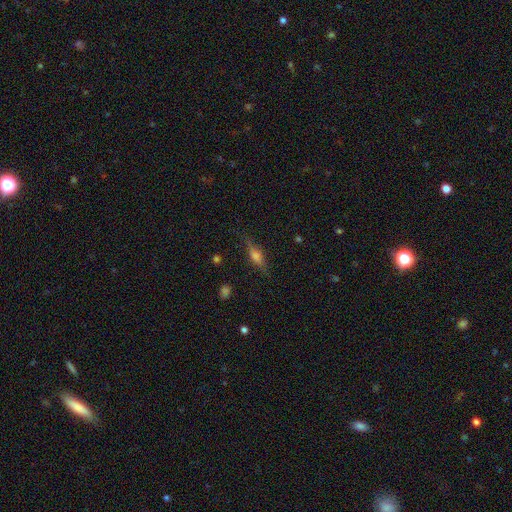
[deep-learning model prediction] This appears to be a featured or disk galaxy (66%) viewed edge-on (96%) with a rounded central bulge (82%). Merging: none (83%).